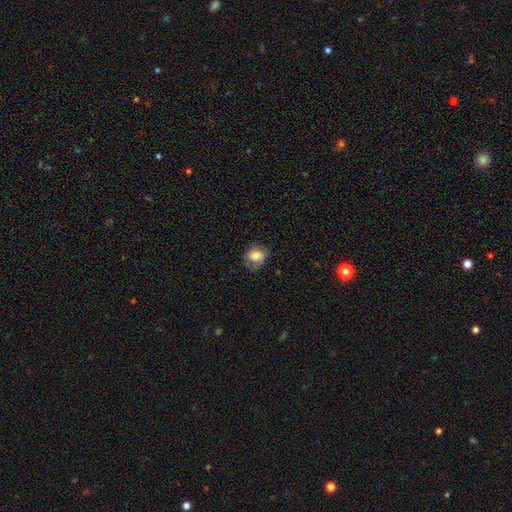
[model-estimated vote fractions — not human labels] A smooth galaxy with no disk features (55%) that is round (51%).

Vote fractions:
- Smooth or featured? smooth: 55% / featured or disk: 37% / star or artifact: 9%
- How rounded? round: 51% / in between: 48% / cigar-shaped: 1%
- Merging? none: 56% / minor disturbance: 26% / major disturbance: 16% / merger: 1%